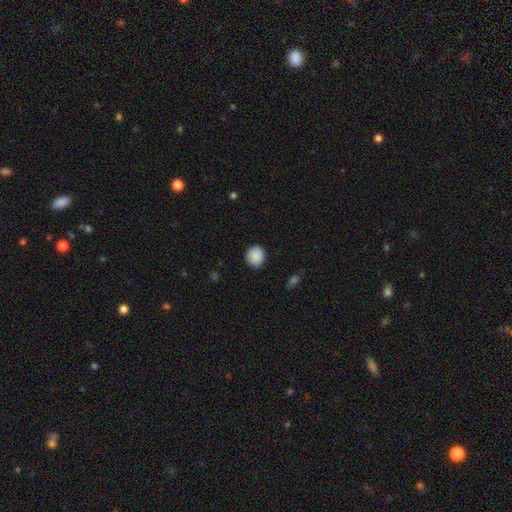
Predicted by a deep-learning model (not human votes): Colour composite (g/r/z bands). It shows a smooth galaxy with no disk features (90%) that is round (83%). Merging: none (88%).